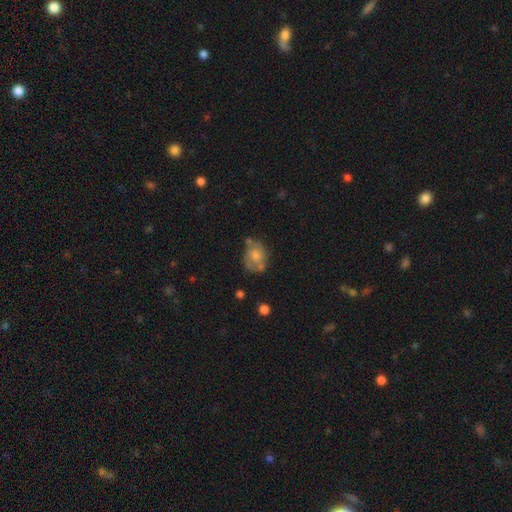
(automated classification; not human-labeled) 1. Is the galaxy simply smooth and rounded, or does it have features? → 49% featured or disk, 43% smooth, 8% star or artifact.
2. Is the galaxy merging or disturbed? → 46% none, 28% minor disturbance, 13% major disturbance, 13% merger.